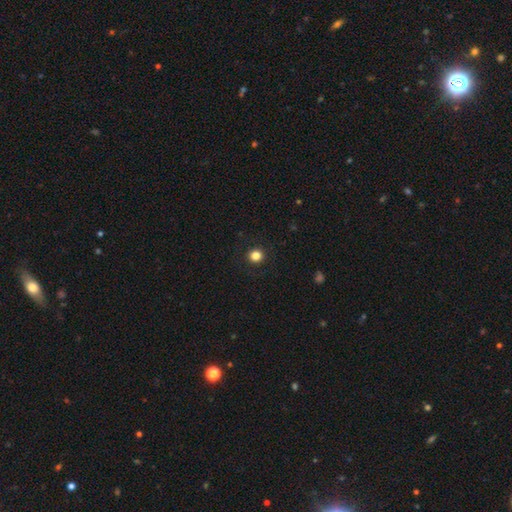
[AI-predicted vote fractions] This is clearly a smooth galaxy (84%). How rounded: clearly round (93%). Merging: clearly none (93%).